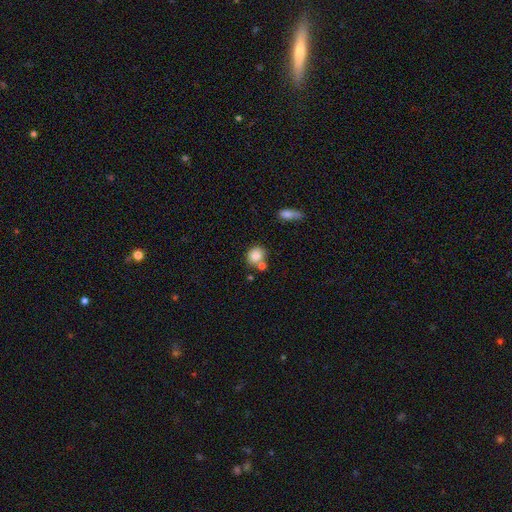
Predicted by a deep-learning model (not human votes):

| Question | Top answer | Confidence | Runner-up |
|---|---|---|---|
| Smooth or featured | smooth | 83% | star or artifact (9%) |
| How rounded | round | 75% | in between (24%) |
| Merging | none | 64% | merger (21%) |